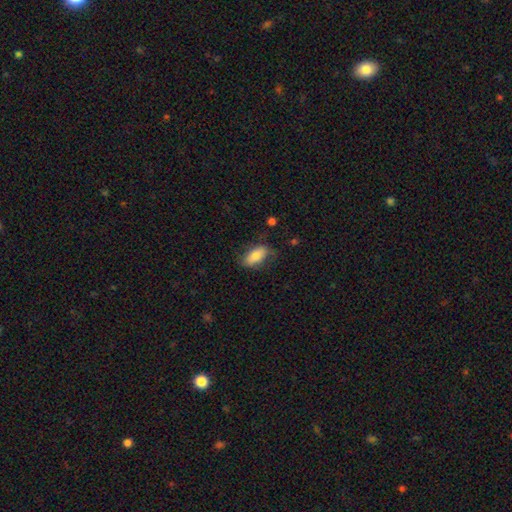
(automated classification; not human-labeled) Overall: smooth (77%). How rounded: in between (88%). Merging: none (69%).